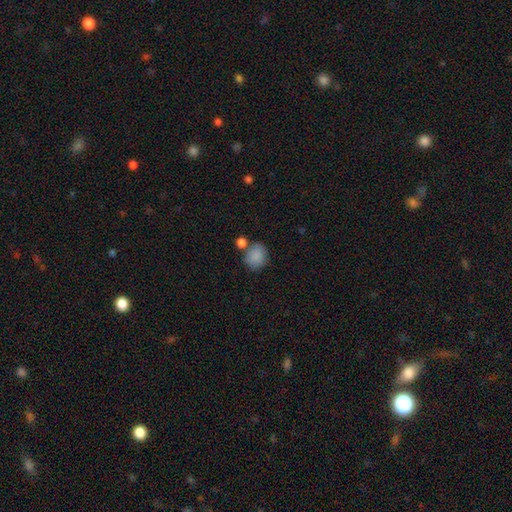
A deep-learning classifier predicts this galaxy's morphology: This appears to be a smooth galaxy with no disk features (87%) that is round (71%). Merging: none (64%).